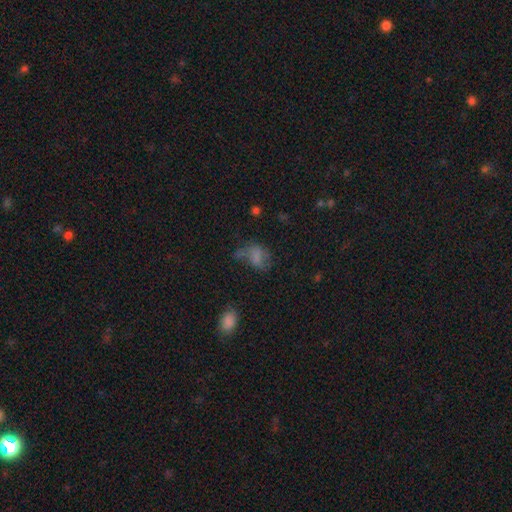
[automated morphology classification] smooth-or-featured: smooth: 63% | featured or disk: 21% | star or artifact: 16%
  how-rounded: in between: 78% | round: 20% | cigar-shaped: 2%
  merging: none: 33% | major disturbance: 31% | minor disturbance: 24% | merger: 12%